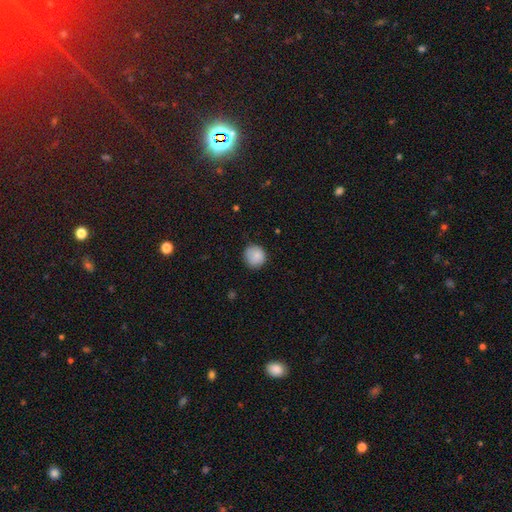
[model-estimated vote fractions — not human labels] Smooth or featured: smooth — 86% (star or artifact — 8%)
How rounded: round — 90% (in between — 9%)
Merging: none — 82% (minor disturbance — 14%)